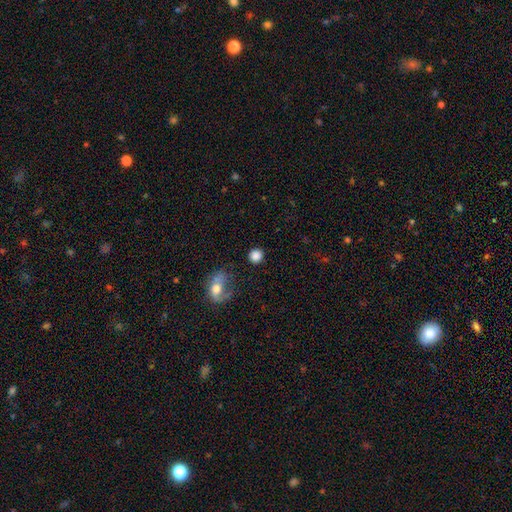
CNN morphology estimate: smooth-or-featured: smooth: 84% | star or artifact: 9% | featured or disk: 7%
  how-rounded: round: 89% | in between: 10% | cigar-shaped: 1%
  merging: none: 83% | minor disturbance: 8% | major disturbance: 5% | merger: 4%